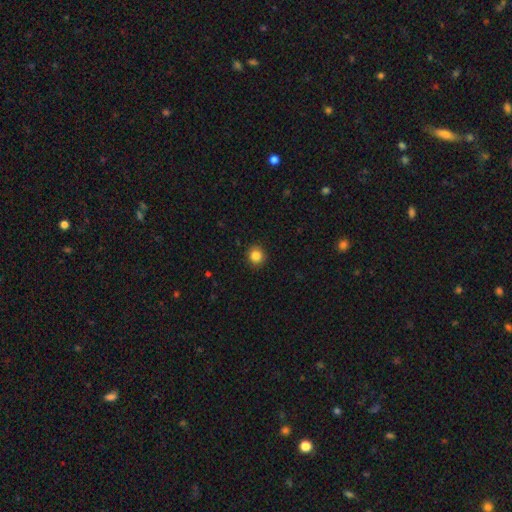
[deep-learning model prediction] This appears to be a smooth galaxy with no disk features (85%) that is round (91%). Merging: none (92%).